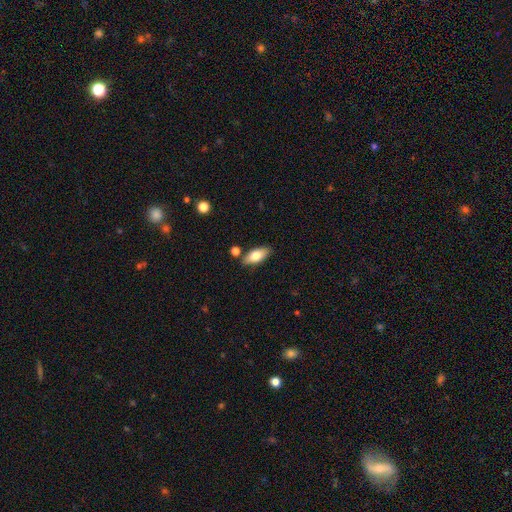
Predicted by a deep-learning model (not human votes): Smooth or featured? smooth (75%)
How rounded? in between (85%)
Merging? none (81%)